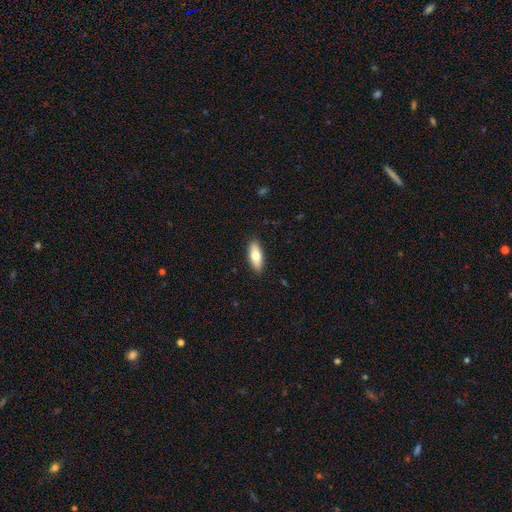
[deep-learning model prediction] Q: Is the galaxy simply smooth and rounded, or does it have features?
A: smooth — 72%.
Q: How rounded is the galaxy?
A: in between — 72%.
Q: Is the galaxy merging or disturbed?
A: none — 90%.